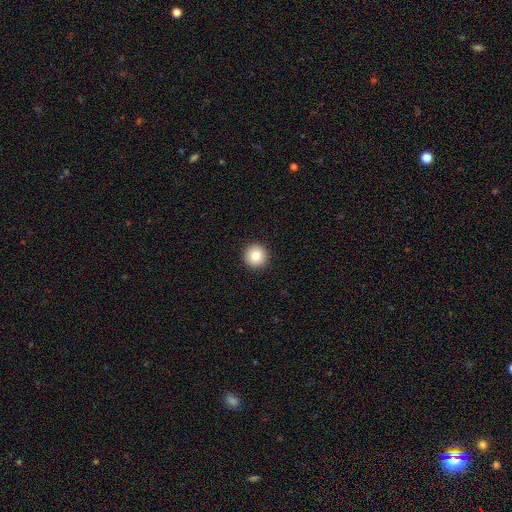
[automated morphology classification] smooth_or_featured: smooth (p=0.83) [alt: star or artifact p=0.09]
how_rounded: round (p=0.96) [alt: in between p=0.03]
merging: none (p=0.94) [alt: minor disturbance p=0.04]